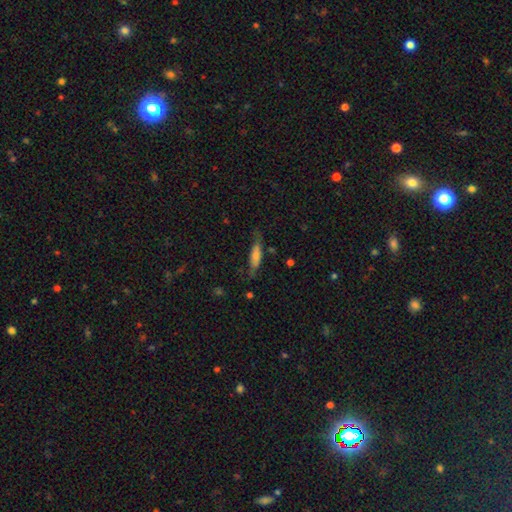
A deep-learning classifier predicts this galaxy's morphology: type=smooth (49%); merging=none (67%).